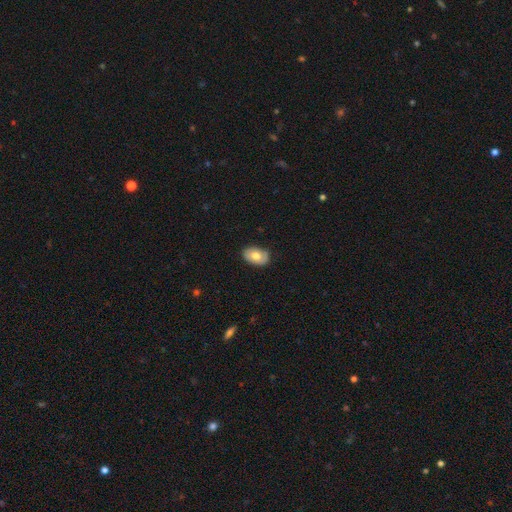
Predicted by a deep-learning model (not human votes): smooth 70%, featured or disk 23%, star or artifact 7%. Down the decision tree: how rounded — in between (87%); merging — none (84%).